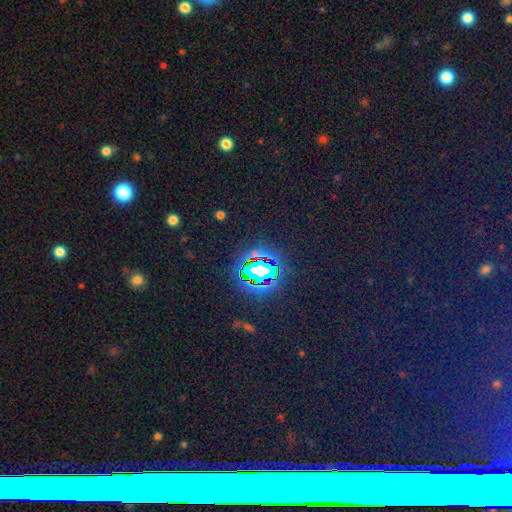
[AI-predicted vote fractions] Smooth or featured?
  - star or artifact: 77% *
  - smooth: 13%
  - featured or disk: 10%